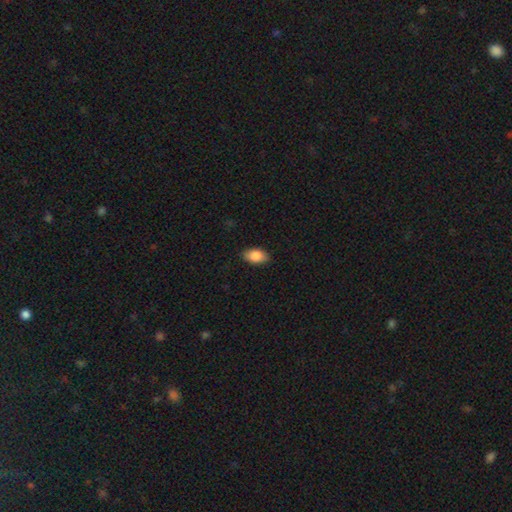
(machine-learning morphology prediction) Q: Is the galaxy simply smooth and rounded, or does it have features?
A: smooth — 87%.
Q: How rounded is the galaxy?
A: in between — 92%.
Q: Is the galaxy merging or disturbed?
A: none — 86%.